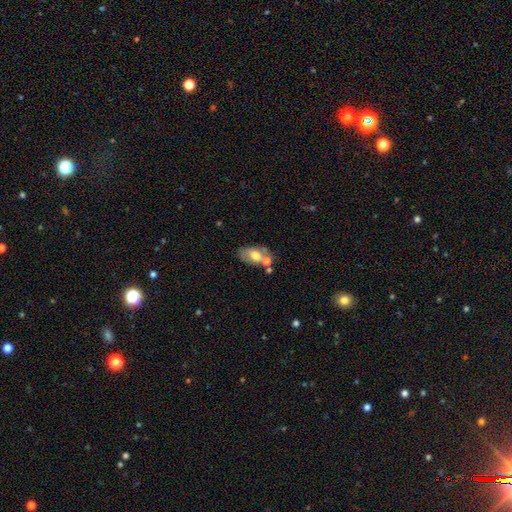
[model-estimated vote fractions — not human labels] smooth-or-featured: smooth: 53% | featured or disk: 39% | star or artifact: 8%
  how-rounded: in between: 88% | round: 10% | cigar-shaped: 2%
  merging: none: 40% | merger: 30% | minor disturbance: 20% | major disturbance: 11%